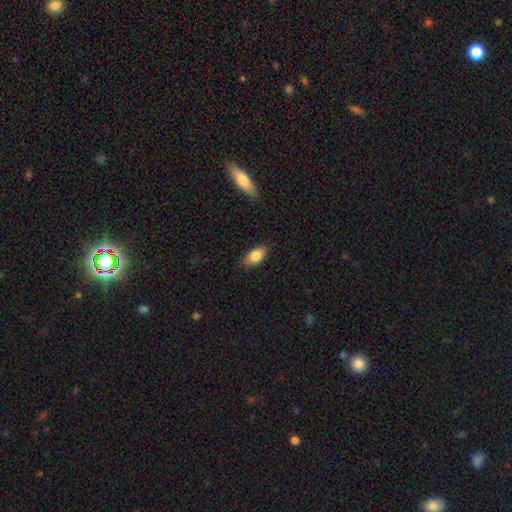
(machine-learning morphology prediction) smooth_or_featured: smooth (p=0.83) [alt: featured or disk p=0.10]
how_rounded: in between (p=0.89) [alt: cigar-shaped p=0.06]
merging: none (p=0.81) [alt: minor disturbance p=0.15]